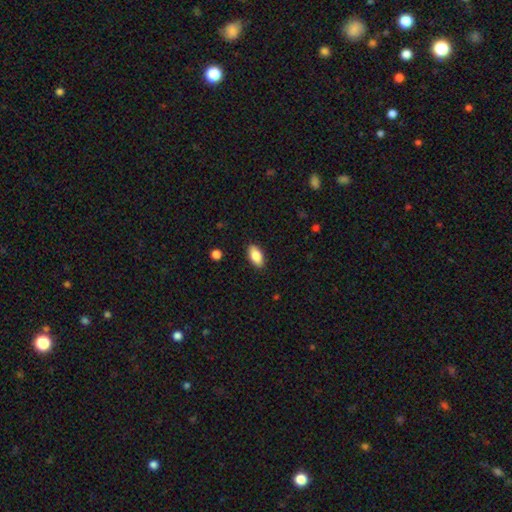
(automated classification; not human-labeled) smooth_or_featured: smooth (p=0.84) [alt: featured or disk p=0.10]
how_rounded: in between (p=0.90) [alt: cigar-shaped p=0.06]
merging: none (p=0.88) [alt: minor disturbance p=0.09]